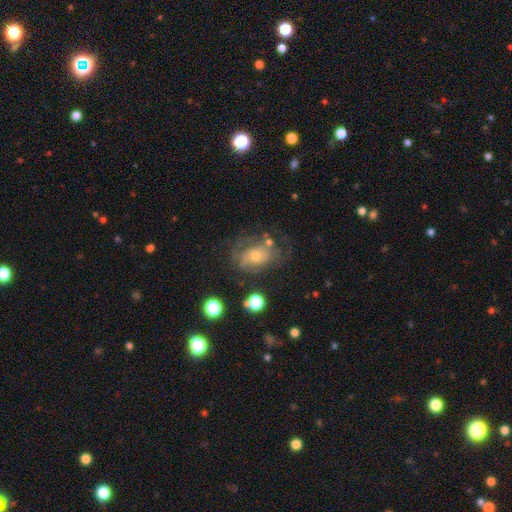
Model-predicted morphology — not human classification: A featured or disk galaxy (69%) with no bar (77%), tight (51%) spiral arms (80%) and a small central bulge (49%). Merging: none (55%).